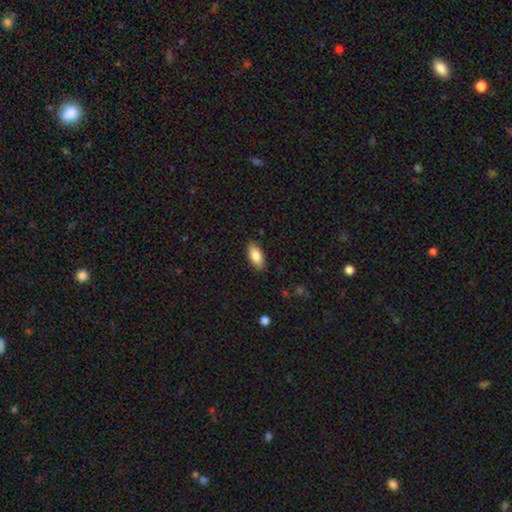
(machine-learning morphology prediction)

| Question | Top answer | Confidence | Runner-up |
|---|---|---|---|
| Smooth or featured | smooth | 83% | featured or disk (10%) |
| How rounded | in between | 89% | cigar-shaped (9%) |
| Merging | none | 87% | minor disturbance (10%) |